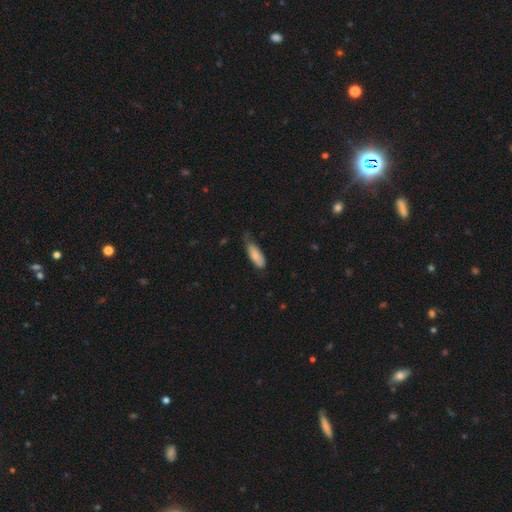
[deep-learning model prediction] Smooth or featured? Predicted: smooth (p=0.79). How rounded? Predicted: in between (p=0.68). Merging? Predicted: minor disturbance (p=0.46).